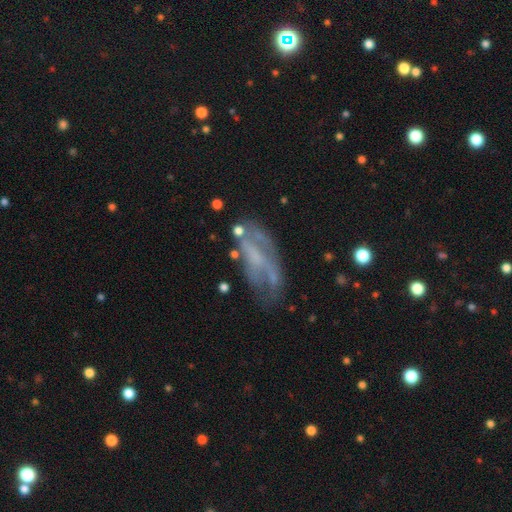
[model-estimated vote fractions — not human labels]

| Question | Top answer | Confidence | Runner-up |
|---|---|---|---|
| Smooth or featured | featured or disk | 62% | smooth (27%) |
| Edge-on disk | no | 89% | yes (11%) |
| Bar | no | 62% | weak (26%) |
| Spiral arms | no | 54% | yes (46%) |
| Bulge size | none | 59% | small (23%) |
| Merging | none | 46% | minor disturbance (24%) |